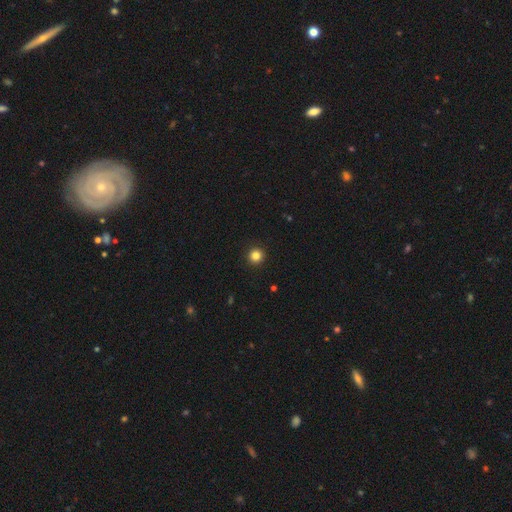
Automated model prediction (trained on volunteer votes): This appears to be a smooth galaxy with no disk features (84%) that is round (96%). Merging: none (94%).